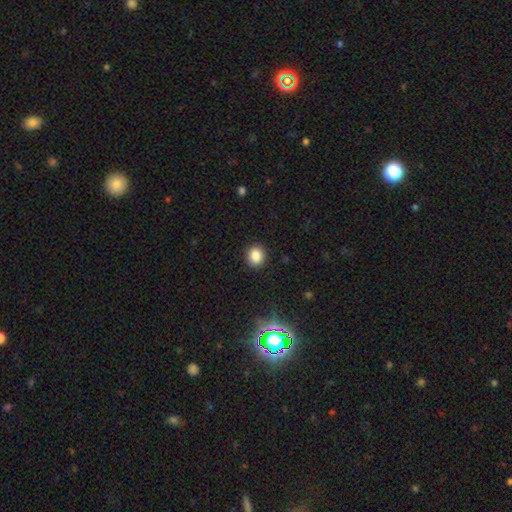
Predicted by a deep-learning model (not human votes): smooth_or_featured: smooth (p=0.85) [alt: star or artifact p=0.12]
how_rounded: round (p=0.78) [alt: in between p=0.21]
merging: none (p=0.90) [alt: minor disturbance p=0.06]